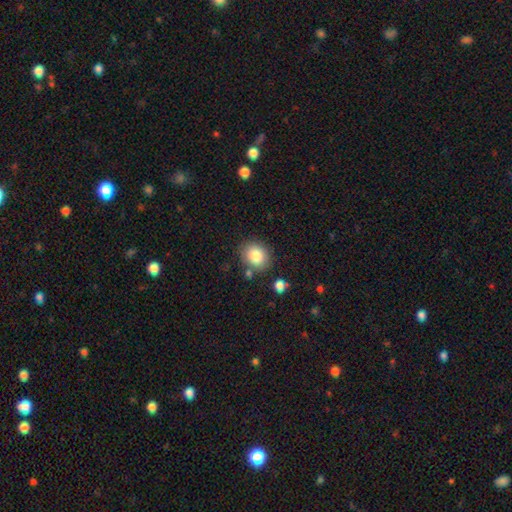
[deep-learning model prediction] This is clearly a smooth galaxy (86%). How rounded: possibly round (54%). Merging: likely none (78%).